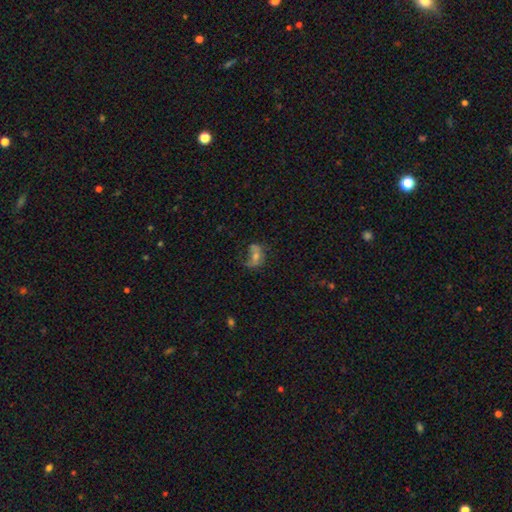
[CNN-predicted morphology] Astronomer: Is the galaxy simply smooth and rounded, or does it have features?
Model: featured or disk — 46% (runner-up: smooth, 36%).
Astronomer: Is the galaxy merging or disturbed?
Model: none — 43% (runner-up: major disturbance, 26%).